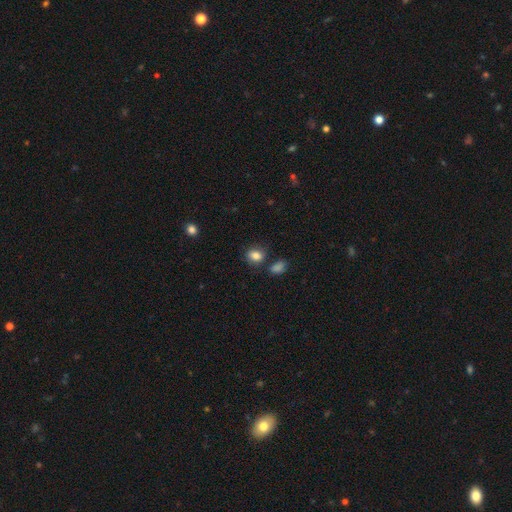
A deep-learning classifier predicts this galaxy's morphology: This appears to be a smooth galaxy with no disk features (85%) that is in between round and cigar-shaped (62%). Merging: none (70%).